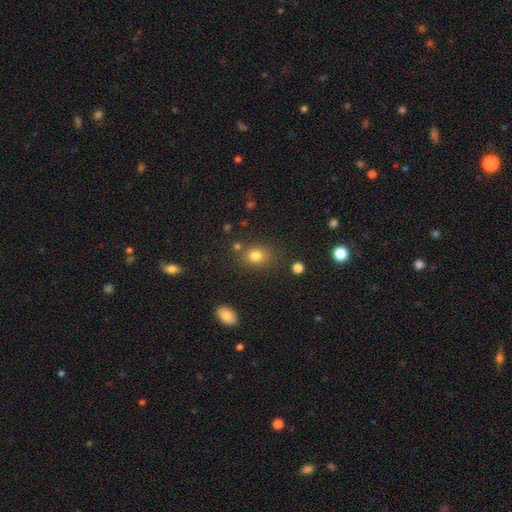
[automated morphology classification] A smooth galaxy with no disk features (80%) that is round (58%).

Vote fractions:
- Smooth or featured? smooth: 80% / star or artifact: 13% / featured or disk: 7%
- How rounded? round: 58% / in between: 41% / cigar-shaped: 1%
- Merging? none: 75% / minor disturbance: 13% / merger: 7% / major disturbance: 5%